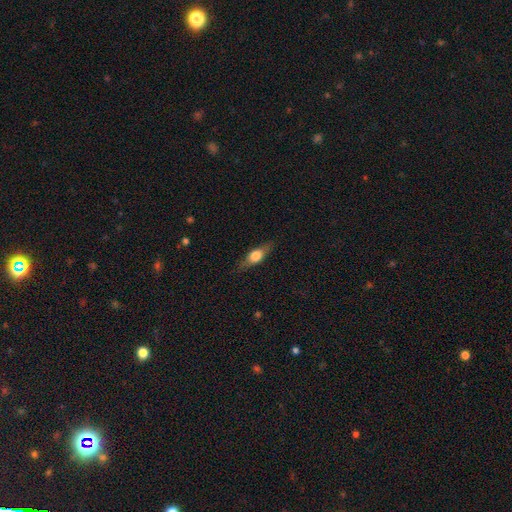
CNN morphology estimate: smooth-or-featured: smooth: 50% | featured or disk: 43% | star or artifact: 7%
  merging: none: 82% | minor disturbance: 13% | major disturbance: 4% | merger: 1%